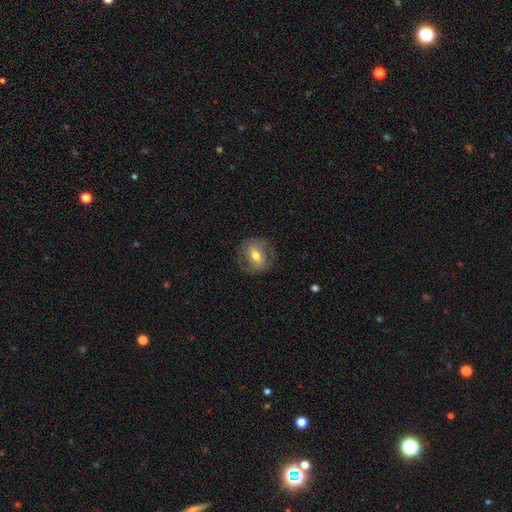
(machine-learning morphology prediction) type=featured or disk (51%); edge-on=no (93%); merging=none (76%).